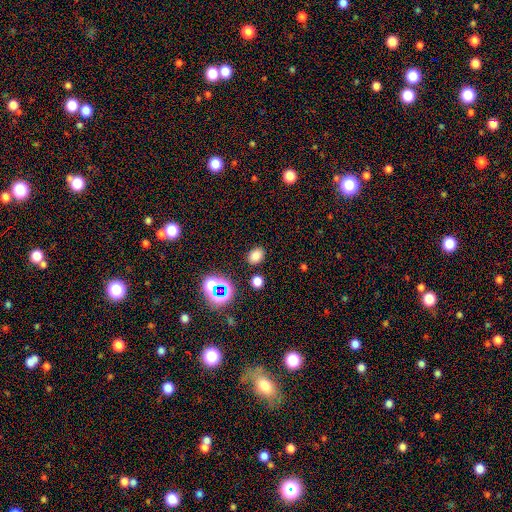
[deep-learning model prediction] A smooth galaxy with no disk features (75%) that is in between round and cigar-shaped (64%). Merging: none (85%).